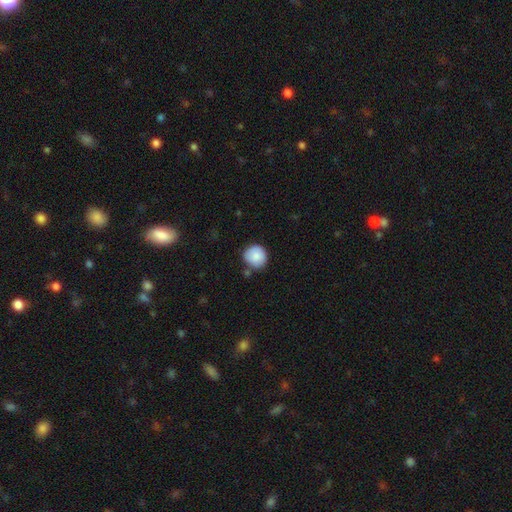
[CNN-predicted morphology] smooth 87%, star or artifact 7%, featured or disk 6%. Down the decision tree: how rounded — round (92%); merging — none (76%).